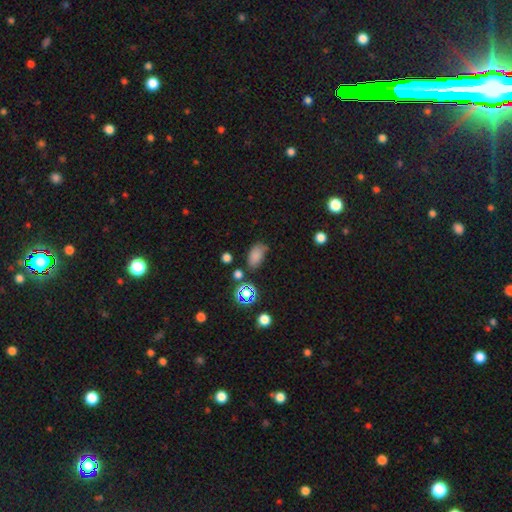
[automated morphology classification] Smooth or featured? smooth (76%)
How rounded? in between (89%)
Merging? none (66%)